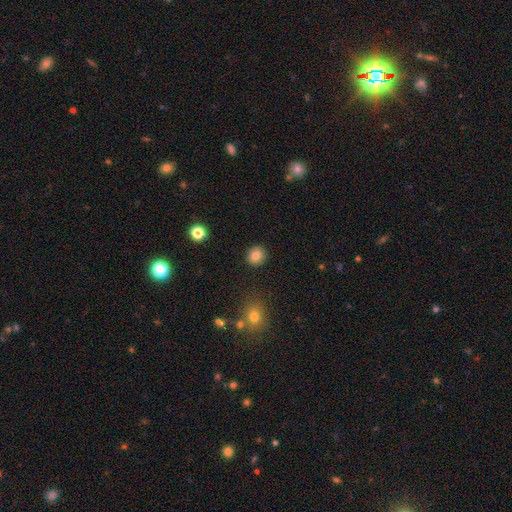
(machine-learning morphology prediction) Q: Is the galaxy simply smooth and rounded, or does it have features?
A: smooth — 83%.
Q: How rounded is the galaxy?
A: round — 84%.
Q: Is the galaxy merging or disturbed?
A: none — 90%.